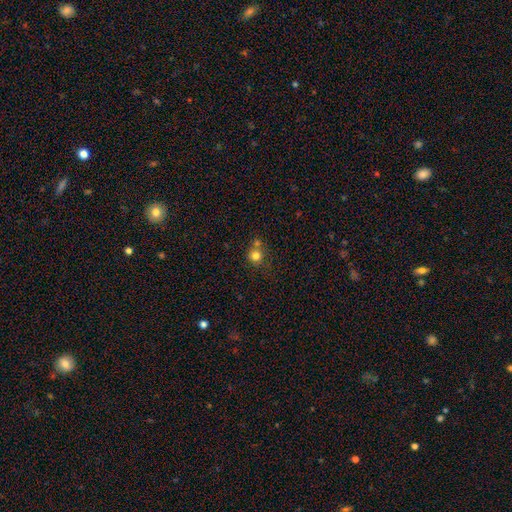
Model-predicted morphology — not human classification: This appears to be a smooth galaxy with no disk features (80%) that is round (91%). Merging: none (59%).